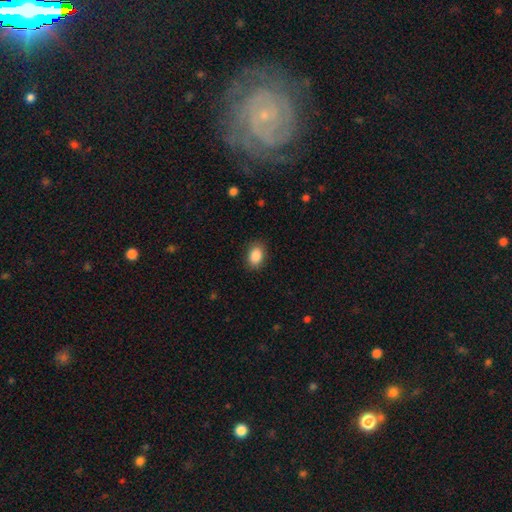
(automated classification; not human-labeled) smooth 88%, star or artifact 8%, featured or disk 4%. Down the decision tree: how rounded — in between (80%); merging — none (88%).